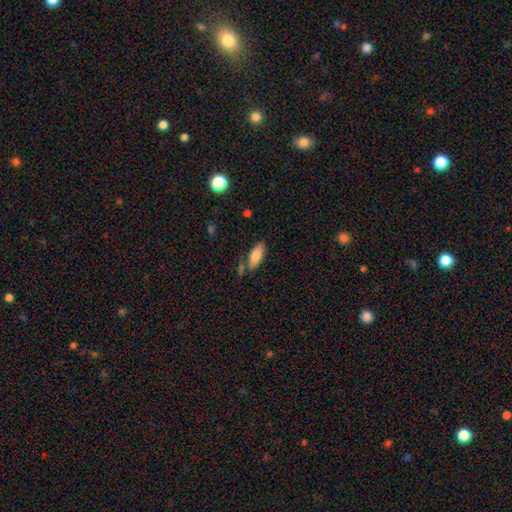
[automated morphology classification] Smooth or featured? smooth (83%)
How rounded? in between (74%)
Merging? none (71%)